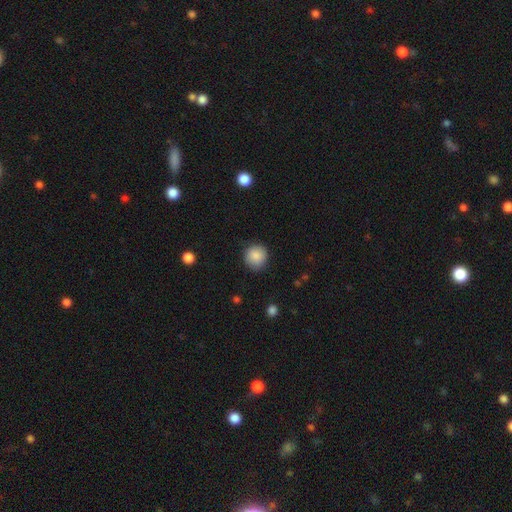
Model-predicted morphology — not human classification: This appears to be a smooth galaxy with no disk features (87%) that is round (91%). Merging: none (86%).